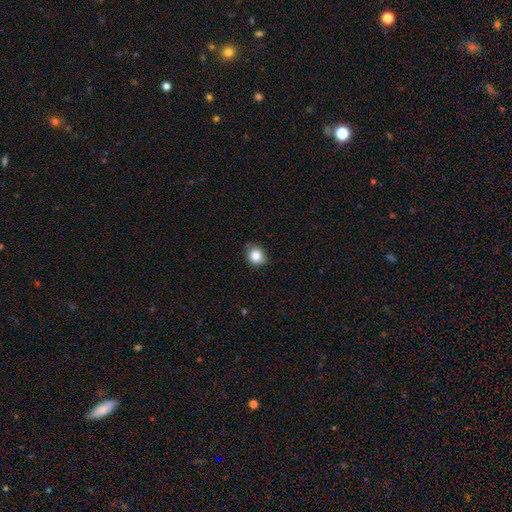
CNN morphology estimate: smooth-or-featured: smooth: 84% | star or artifact: 10% | featured or disk: 6%
  how-rounded: round: 74% | in between: 26% | cigar-shaped: 1%
  merging: none: 79% | minor disturbance: 17% | major disturbance: 3% | merger: 1%